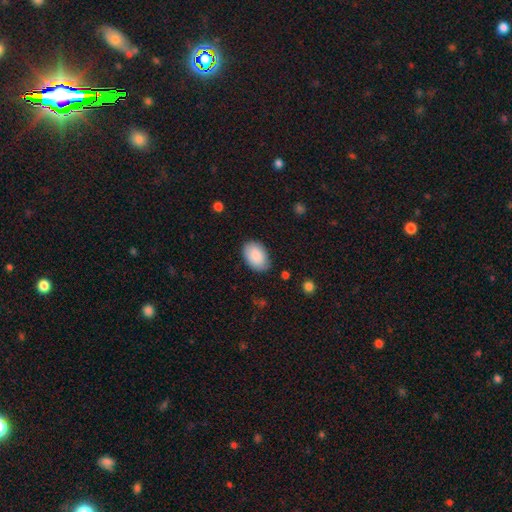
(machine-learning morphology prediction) Overall: smooth (89%). How rounded: in between (89%). Merging: none (83%).